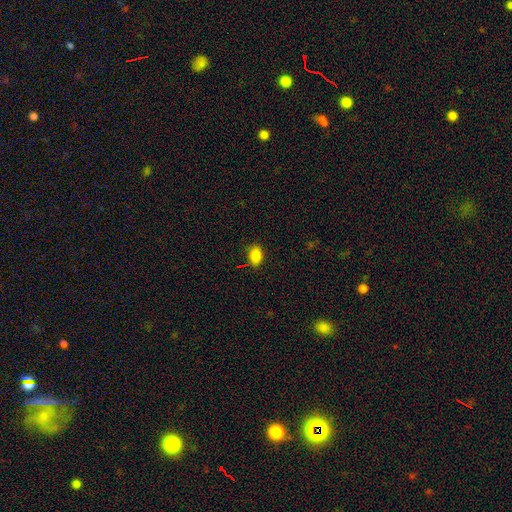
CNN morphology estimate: A smooth galaxy with no disk features (85%) that is in between round and cigar-shaped (82%).

Vote fractions:
- Smooth or featured? smooth: 85% / star or artifact: 9% / featured or disk: 5%
- How rounded? in between: 82% / round: 17% / cigar-shaped: 2%
- Merging? none: 83% / minor disturbance: 13% / major disturbance: 3% / merger: 1%